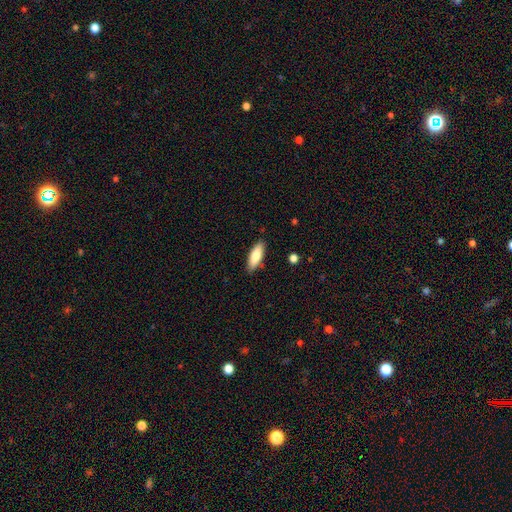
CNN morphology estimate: Q: Smooth or featured?
A: smooth (81%); runner-up: featured or disk (13%)
Q: How rounded?
A: in between (62%); runner-up: cigar-shaped (36%)
Q: Merging?
A: none (87%); runner-up: minor disturbance (10%)